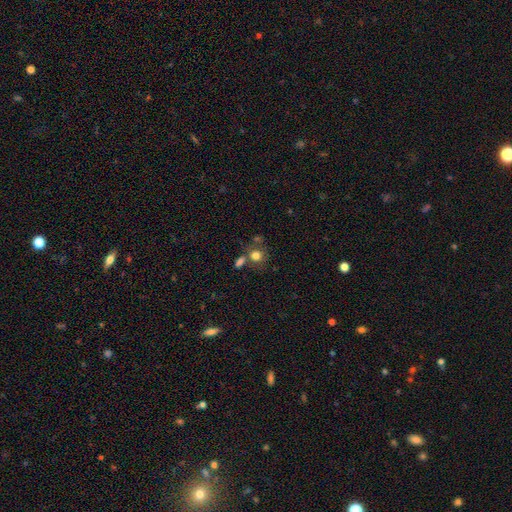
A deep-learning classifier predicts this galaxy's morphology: Q: Smooth or featured?
A: smooth (77%); runner-up: star or artifact (12%)
Q: How rounded?
A: round (77%); runner-up: in between (22%)
Q: Merging?
A: none (54%); runner-up: merger (25%)